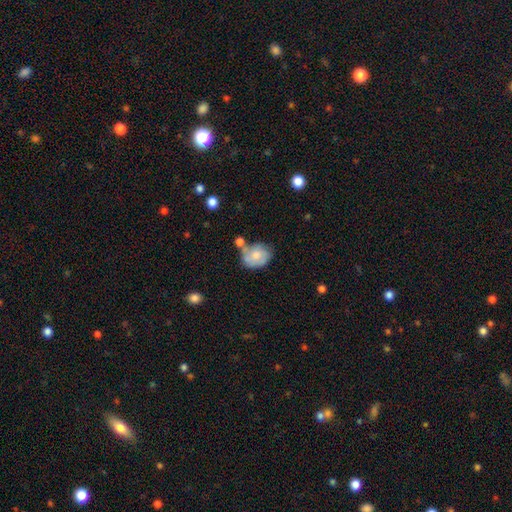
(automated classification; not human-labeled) Smooth or featured? Predicted: smooth (p=0.58). How rounded? Predicted: in between (p=0.50). Merging? Predicted: none (p=0.45).